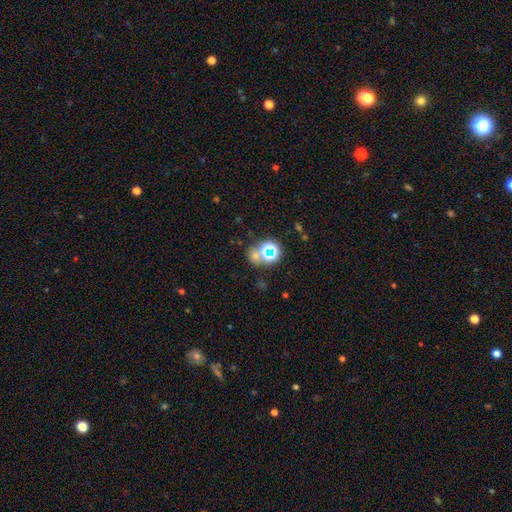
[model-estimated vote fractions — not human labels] This is possibly a star or artifact rather than a galaxy (56%).